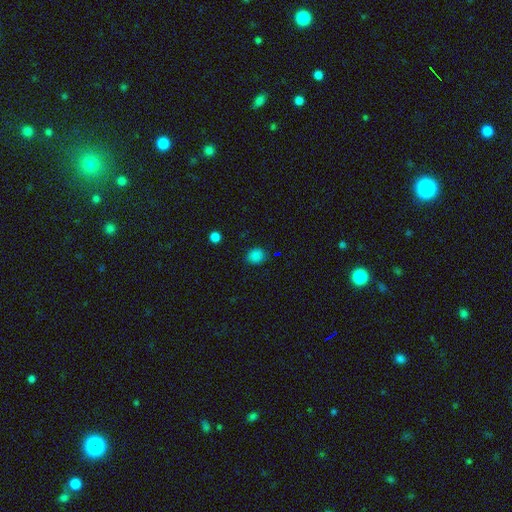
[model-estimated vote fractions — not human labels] This is clearly a smooth galaxy (83%). How rounded: likely round (67%). Merging: clearly none (84%).